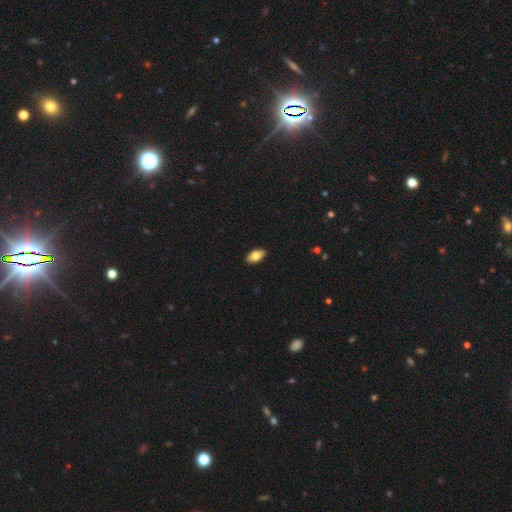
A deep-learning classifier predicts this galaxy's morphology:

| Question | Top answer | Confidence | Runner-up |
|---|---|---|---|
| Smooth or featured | smooth | 80% | featured or disk (14%) |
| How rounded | in between | 93% | round (4%) |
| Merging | none | 90% | minor disturbance (7%) |